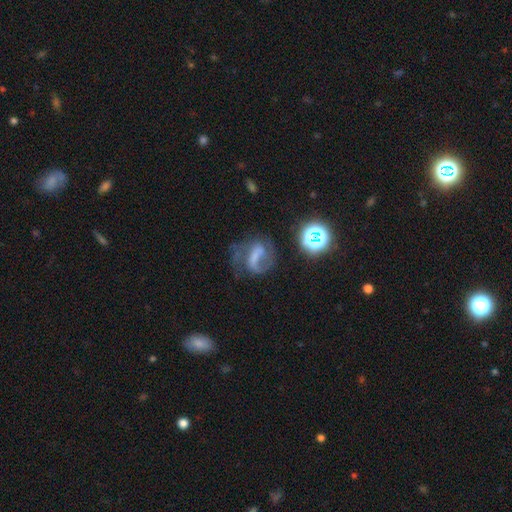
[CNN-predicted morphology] A featured or disk galaxy (61%) with a strong bar (36%, tied with weak), spiral arms (75%) and no central bulge (50%). Merging: none (41%).